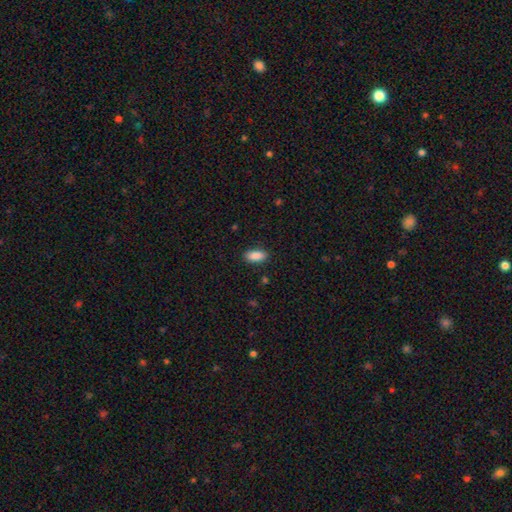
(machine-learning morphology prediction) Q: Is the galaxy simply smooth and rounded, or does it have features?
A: smooth — 89%.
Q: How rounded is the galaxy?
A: in between — 90%.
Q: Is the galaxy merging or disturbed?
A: none — 89%.